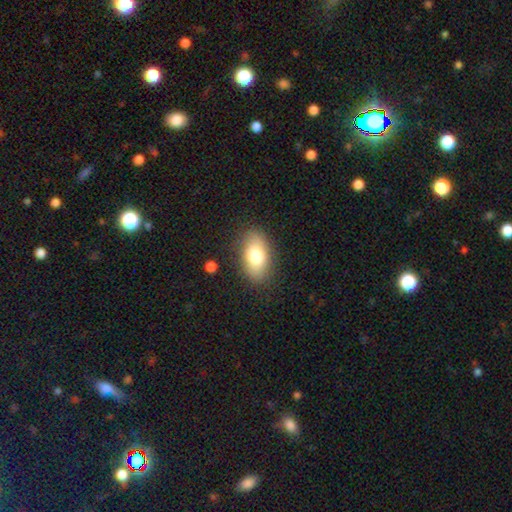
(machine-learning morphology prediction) The model was most divided on "smooth or featured": smooth: 77%, featured or disk: 15%, star or artifact: 8%. More confident: how rounded — in between (91%); merging — none (84%).